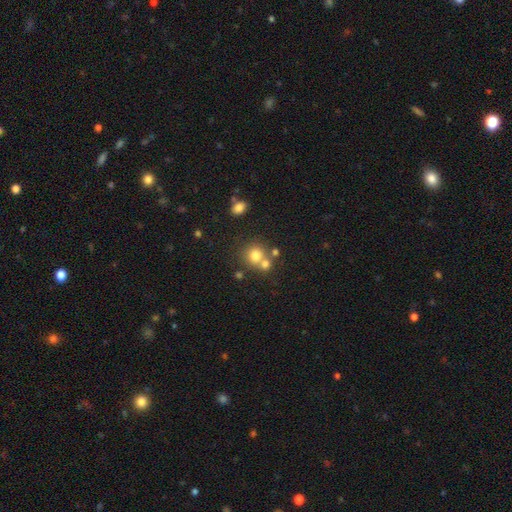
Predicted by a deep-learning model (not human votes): This appears to be a smooth galaxy with no disk features (75%) that is round (85%). Merging: none (52%).